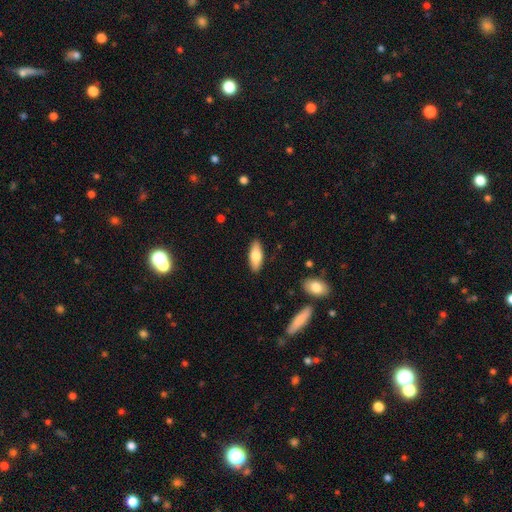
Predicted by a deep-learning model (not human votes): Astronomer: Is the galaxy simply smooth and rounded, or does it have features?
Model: smooth — 72%.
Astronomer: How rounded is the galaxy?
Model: in between — 73%.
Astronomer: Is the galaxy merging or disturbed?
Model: none — 89%.